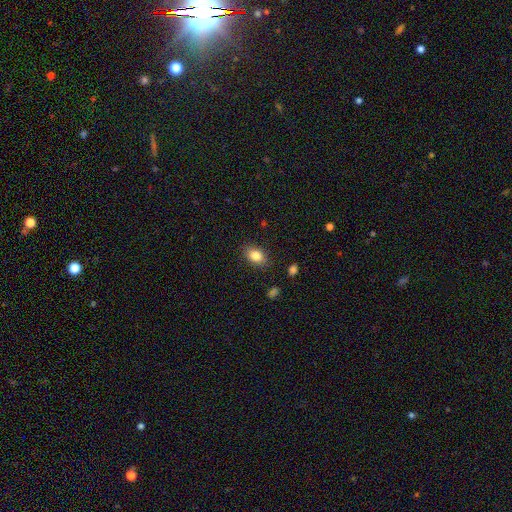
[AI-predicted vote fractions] This is clearly a smooth galaxy (84%). How rounded: likely in between (80%). Merging: clearly none (85%).